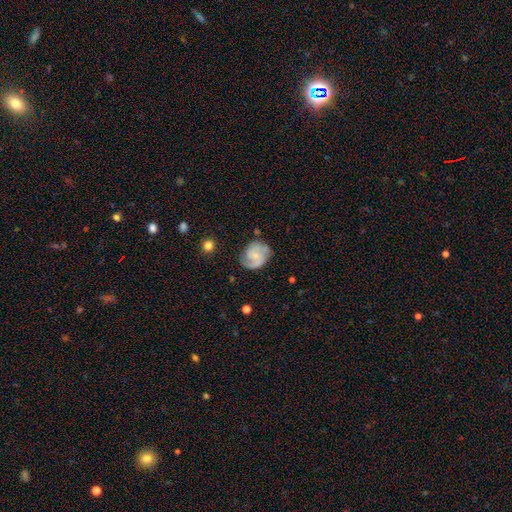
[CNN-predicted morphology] Overall: featured or disk (78%). Edge-on disk: no (98%). Bar: no (55%; weak 38%). Spiral arms: yes (95%). Spiral arm count: 2 (82%). Spiral winding: medium (50%; tight 33%). Bulge size: small (65%). Merging: none (73%).